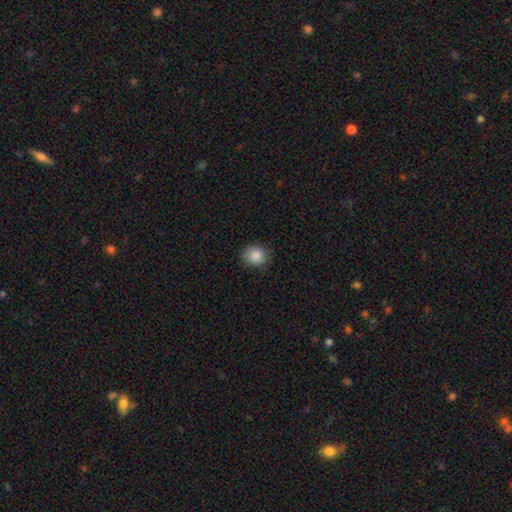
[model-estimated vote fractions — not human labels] This is clearly a smooth galaxy (87%). How rounded: likely round (80%). Merging: clearly none (82%).